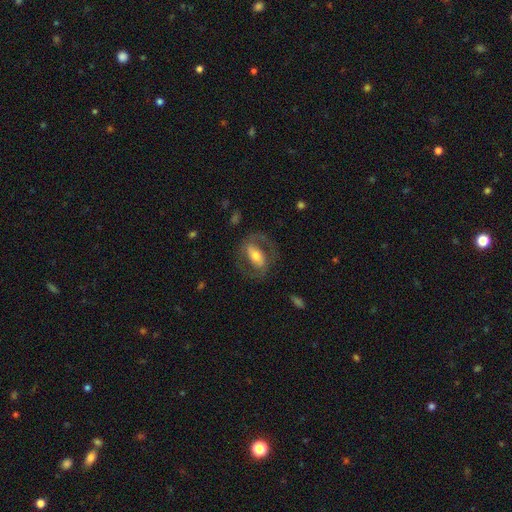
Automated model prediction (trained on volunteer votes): This appears to be a featured or disk galaxy (70%) with a strong bar (52%), spiral arms (70%) and a moderate central bulge (63%). Merging: none (72%).